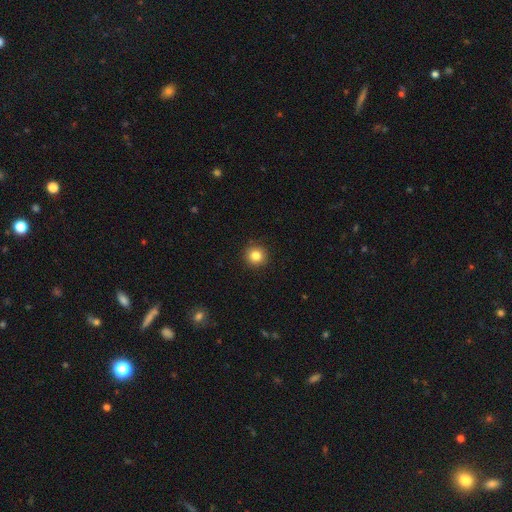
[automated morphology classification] Smooth or featured: smooth — 84% (star or artifact — 11%)
How rounded: round — 94% (in between — 5%)
Merging: none — 91% (minor disturbance — 6%)